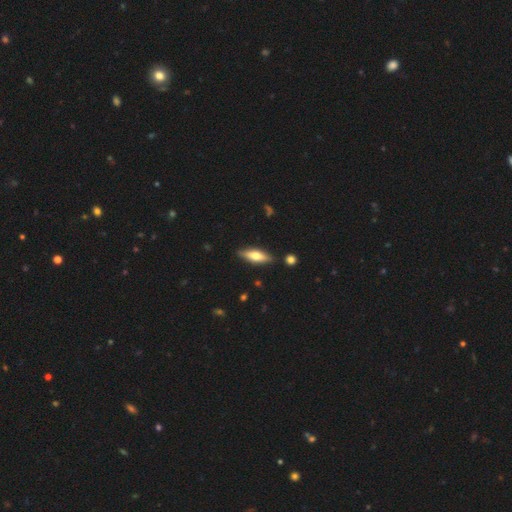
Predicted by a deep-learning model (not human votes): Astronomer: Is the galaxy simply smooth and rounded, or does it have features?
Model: smooth — 52% (runner-up: featured or disk, 42%).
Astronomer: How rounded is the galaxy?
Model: cigar-shaped — 52% (runner-up: in between, 46%).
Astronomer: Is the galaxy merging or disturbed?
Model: none — 86%.